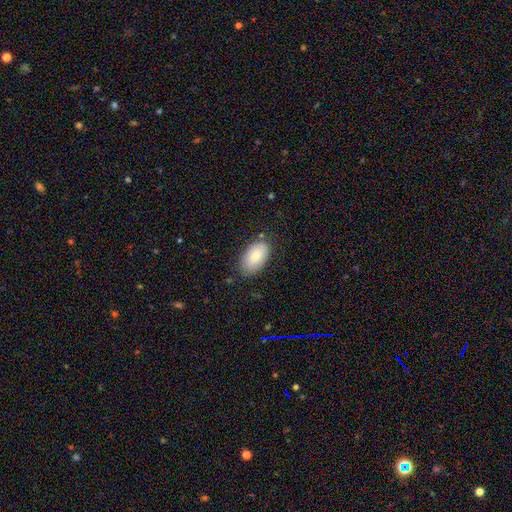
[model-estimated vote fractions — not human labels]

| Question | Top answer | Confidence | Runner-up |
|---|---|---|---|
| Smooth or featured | smooth | 82% | featured or disk (11%) |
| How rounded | in between | 95% | round (4%) |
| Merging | none | 79% | minor disturbance (16%) |